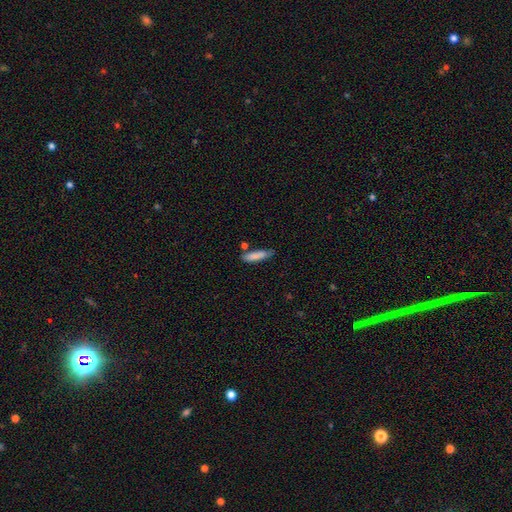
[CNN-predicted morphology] Smooth or featured? Predicted: smooth (p=0.82). How rounded? Predicted: cigar-shaped (p=0.70). Merging? Predicted: none (p=0.63).